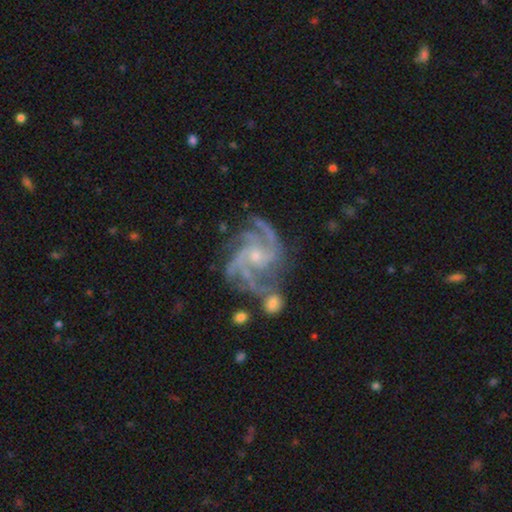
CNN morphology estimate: Smooth or featured?
  - featured or disk: 90% *
  - star or artifact: 7%
  - smooth: 3%
Edge-on disk?
  - no: 98% *
  - yes: 2%
Bar?
  - no: 55% *
  - weak: 34%
  - strong: 11%
Spiral arms?
  - yes: 98% *
  - no: 2%
Spiral winding?
  - medium: 54% *
  - tight: 33%
  - loose: 14%
Spiral arm count?
  - 3: 41% *
  - 4: 18%
  - 2: 18%
  - can't tell: 10%
  - more than 4: 7%
  - 1: 6%
Bulge size?
  - small: 70% *
  - moderate: 25%
  - none: 3%
  - large: 1%
  - dominant: 1%
Merging?
  - none: 59% *
  - minor disturbance: 19%
  - merger: 12%
  - major disturbance: 11%